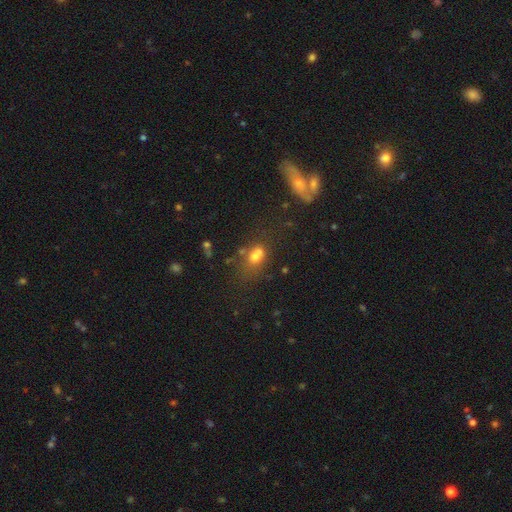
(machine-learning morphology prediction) smooth_or_featured: smooth (p=0.63) [alt: star or artifact p=0.19]
how_rounded: in between (p=0.63) [alt: round p=0.34]
merging: none (p=0.40) [alt: merger p=0.34]